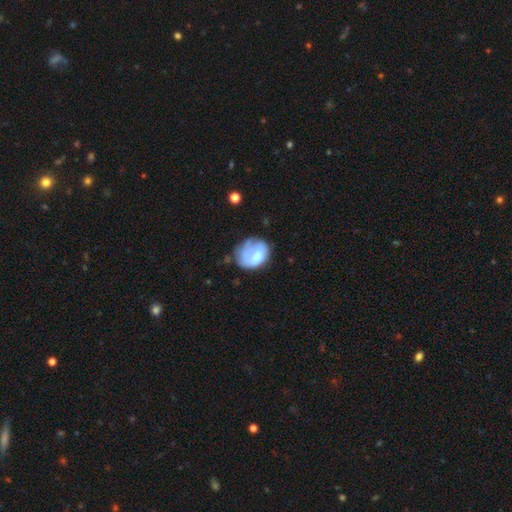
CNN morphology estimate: Smooth or featured? Predicted: smooth (p=0.57). How rounded? Predicted: round (p=0.53). Merging? Predicted: none (p=0.39).